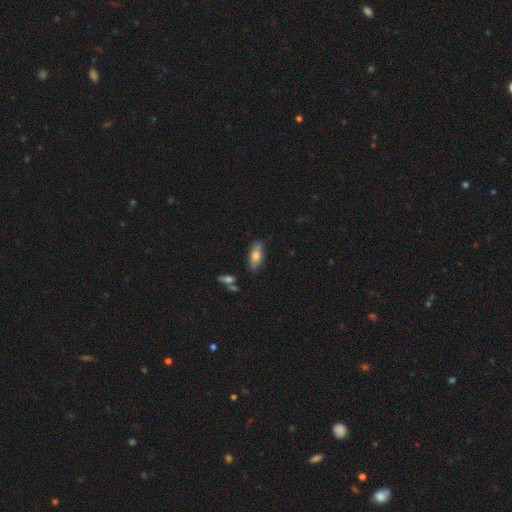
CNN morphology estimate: Smooth or featured? Predicted: smooth (p=0.70). How rounded? Predicted: in between (p=0.79). Merging? Predicted: none (p=0.77).